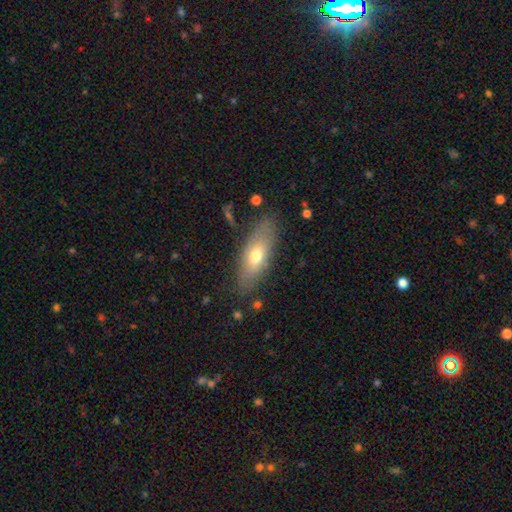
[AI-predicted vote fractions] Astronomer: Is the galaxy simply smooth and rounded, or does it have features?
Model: smooth — 63%.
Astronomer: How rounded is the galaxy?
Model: in between — 72%.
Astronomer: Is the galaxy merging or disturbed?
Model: none — 79%.